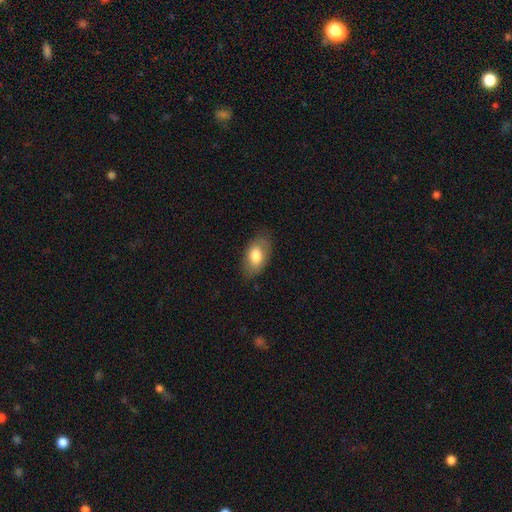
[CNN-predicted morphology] Q: Smooth or featured?
A: smooth (77%); runner-up: featured or disk (17%)
Q: How rounded?
A: in between (92%); runner-up: round (6%)
Q: Merging?
A: none (78%); runner-up: minor disturbance (17%)